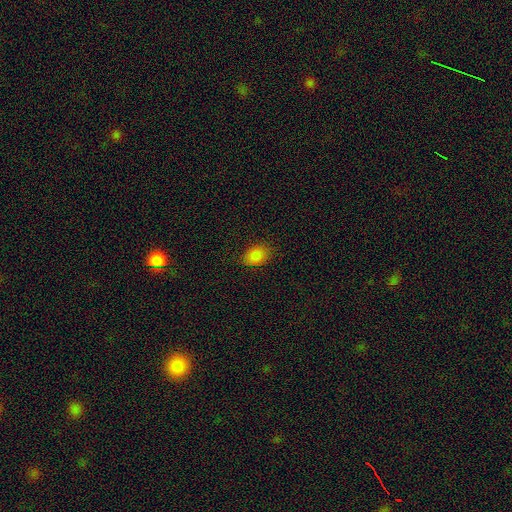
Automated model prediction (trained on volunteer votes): Smooth or featured: smooth — 85% (star or artifact — 10%)
How rounded: in between — 79% (round — 20%)
Merging: none — 79% (minor disturbance — 16%)